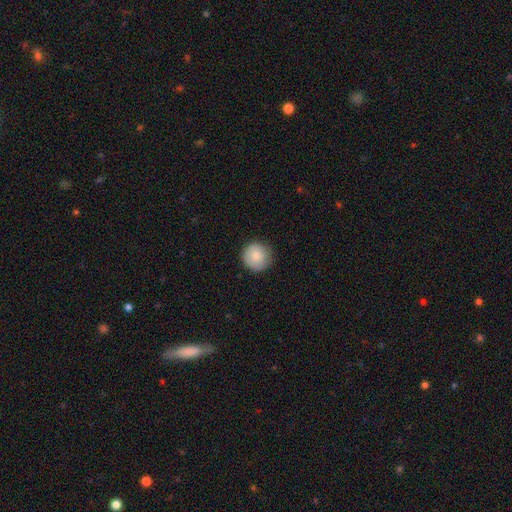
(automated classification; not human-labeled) Q: Smooth or featured?
A: smooth (81%); runner-up: featured or disk (11%)
Q: How rounded?
A: round (95%); runner-up: in between (4%)
Q: Merging?
A: none (86%); runner-up: minor disturbance (10%)